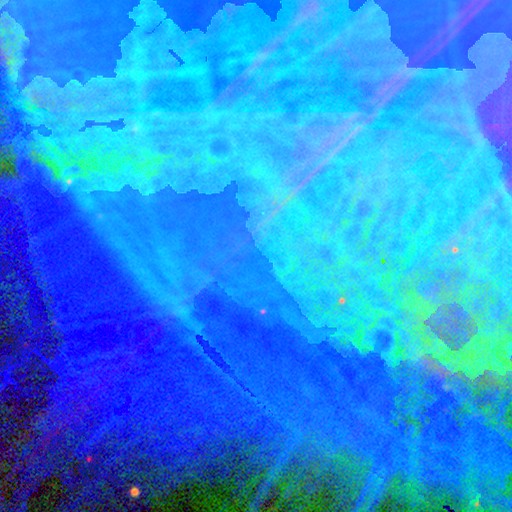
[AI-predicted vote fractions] Morphology: type=star or artifact (83%).